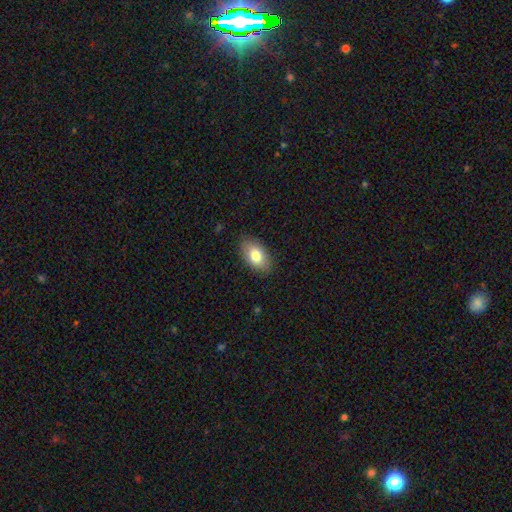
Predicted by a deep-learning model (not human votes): Smooth or featured: smooth — 79% (featured or disk — 14%)
How rounded: in between — 92% (round — 6%)
Merging: none — 85% (minor disturbance — 11%)